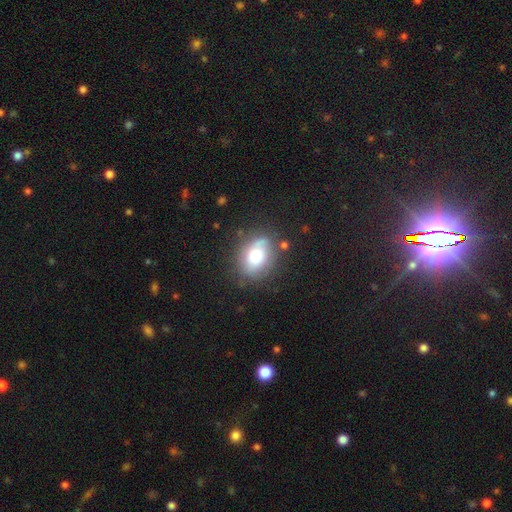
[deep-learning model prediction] smooth 64%, featured or disk 26%, star or artifact 10%. Down the decision tree: how rounded — in between (67%); merging — none (65%).